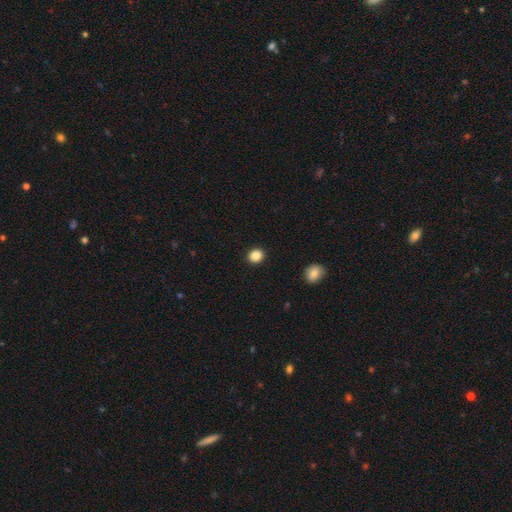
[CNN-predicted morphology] smooth_or_featured: smooth (p=0.87) [alt: star or artifact p=0.10]
how_rounded: round (p=0.72) [alt: in between p=0.27]
merging: none (p=0.92) [alt: minor disturbance p=0.06]